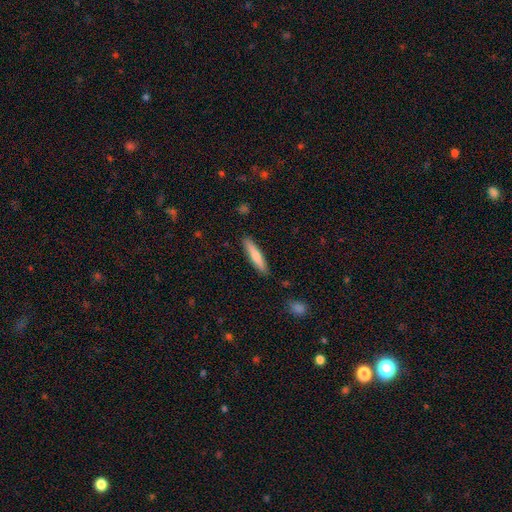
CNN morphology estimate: Smooth or featured?
  - smooth: 72% *
  - featured or disk: 23%
  - star or artifact: 5%
How rounded?
  - cigar-shaped: 89% *
  - in between: 10%
  - round: 1%
Merging?
  - none: 89% *
  - minor disturbance: 8%
  - major disturbance: 2%
  - merger: 1%